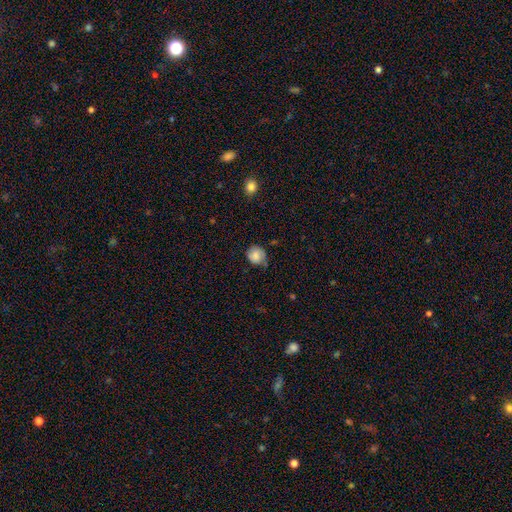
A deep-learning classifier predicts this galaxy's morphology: Overall: smooth (78%). How rounded: round (82%). Merging: none (61%; minor disturbance 30%).